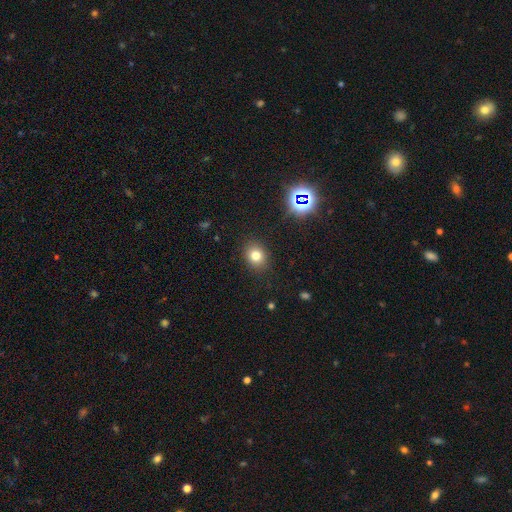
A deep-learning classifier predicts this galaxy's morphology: smooth 77%, star or artifact 16%, featured or disk 8%. Down the decision tree: how rounded — round (61%); merging — none (88%).